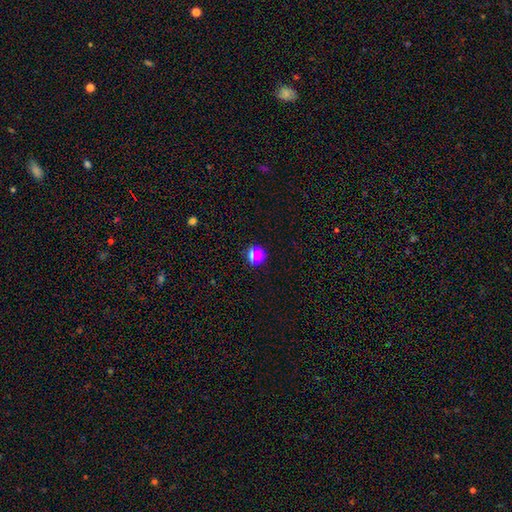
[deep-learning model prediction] This appears to be a smooth galaxy with no disk features (56%) that is round (89%). Merging: none (80%).